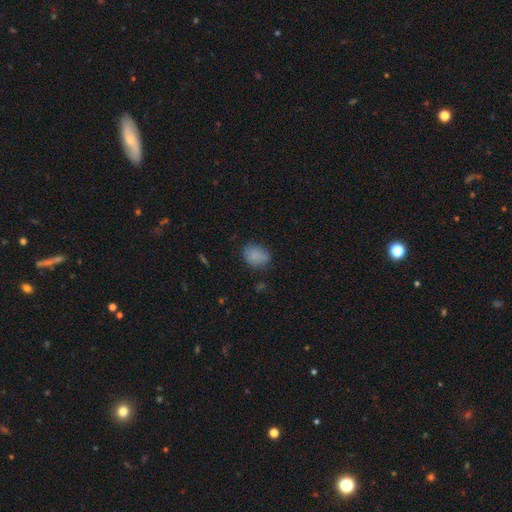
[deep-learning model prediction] Morphology: type=smooth (83%); roundness=in between (56%); merging=none (69%).